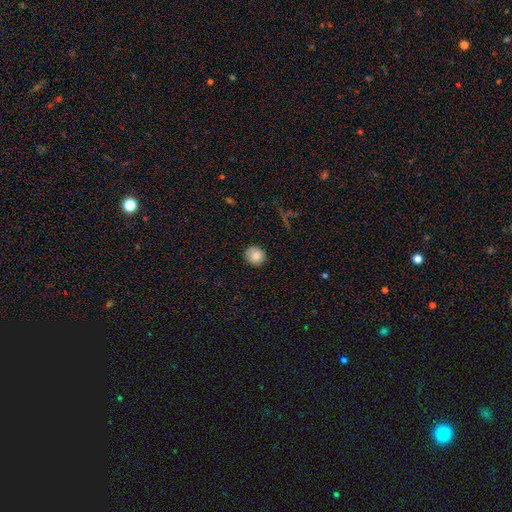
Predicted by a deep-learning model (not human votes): A smooth galaxy with no disk features (83%) that is round (88%).

Vote fractions:
- Smooth or featured? smooth: 83% / star or artifact: 9% / featured or disk: 8%
- How rounded? round: 88% / in between: 11% / cigar-shaped: 1%
- Merging? none: 83% / minor disturbance: 13% / major disturbance: 3% / merger: 1%